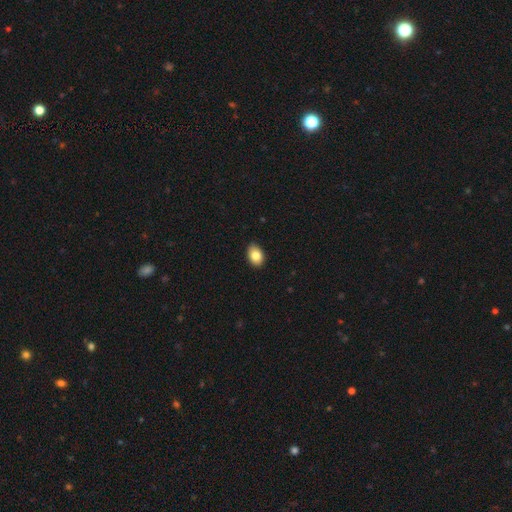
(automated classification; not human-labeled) A smooth galaxy with no disk features (83%) that is in between round and cigar-shaped (79%).

Vote fractions:
- Smooth or featured? smooth: 83% / featured or disk: 9% / star or artifact: 8%
- How rounded? in between: 79% / round: 20% / cigar-shaped: 1%
- Merging? none: 87% / minor disturbance: 10% / major disturbance: 2% / merger: 1%